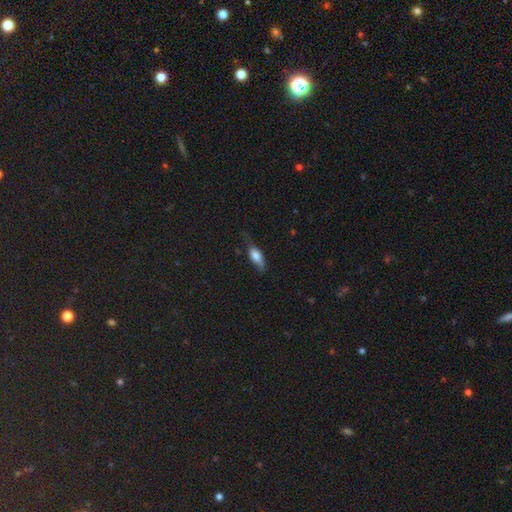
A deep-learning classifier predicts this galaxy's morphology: Q: Smooth or featured?
A: smooth (72%); runner-up: featured or disk (20%)
Q: How rounded?
A: in between (75%); runner-up: cigar-shaped (22%)
Q: Merging?
A: none (55%); runner-up: minor disturbance (32%)